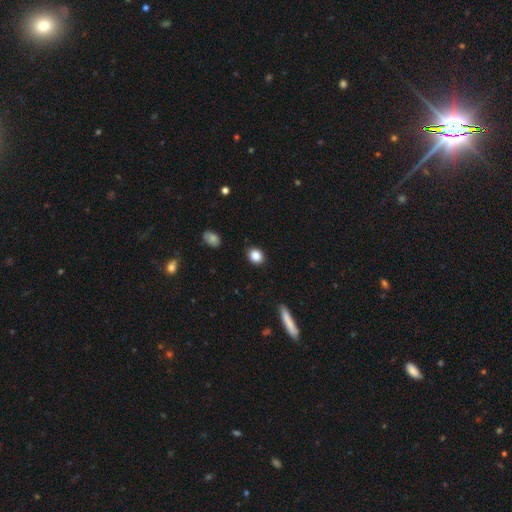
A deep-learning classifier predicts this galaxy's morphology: Smooth or featured?
  - smooth: 87% *
  - star or artifact: 9%
  - featured or disk: 4%
How rounded?
  - round: 59% *
  - in between: 39%
  - cigar-shaped: 2%
Merging?
  - none: 89% *
  - minor disturbance: 8%
  - major disturbance: 2%
  - merger: 1%